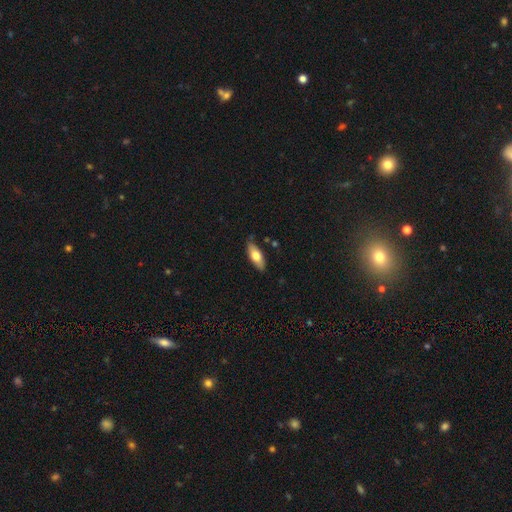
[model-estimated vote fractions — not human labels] Smooth or featured: smooth — 68% (featured or disk — 26%)
How rounded: in between — 73% (cigar-shaped — 25%)
Merging: none — 82% (minor disturbance — 14%)